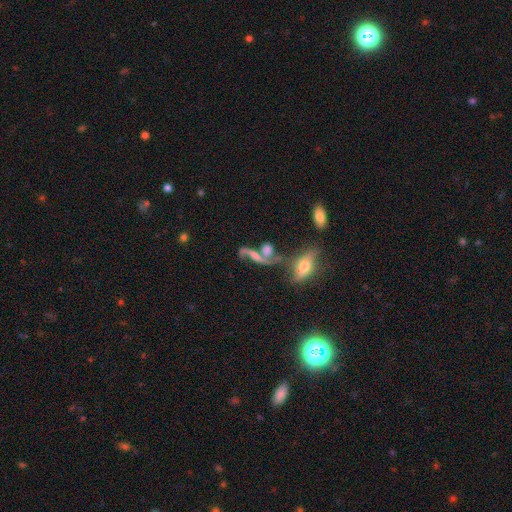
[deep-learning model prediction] Smooth or featured? featured or disk (71%)
Edge-on disk? no (88%)
Bar? no (49%)
Spiral arms? yes (86%)
Spiral winding? loose (82%)
Spiral arm count? 2 (85%)
Bulge size? none (40%)
Merging? merger (37%)